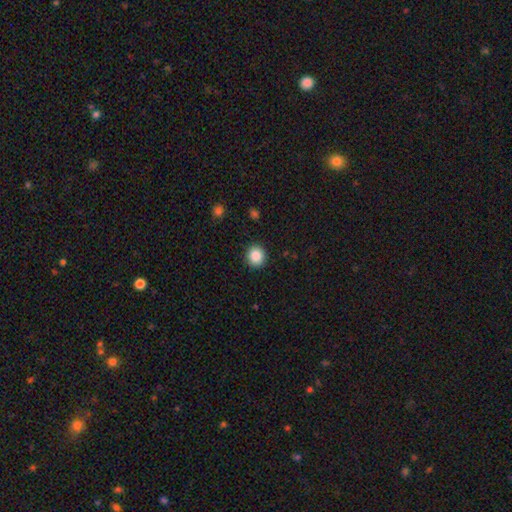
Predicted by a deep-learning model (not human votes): smooth-or-featured: smooth: 87% | star or artifact: 9% | featured or disk: 4%
  how-rounded: round: 88% | in between: 11% | cigar-shaped: 1%
  merging: none: 91% | minor disturbance: 6% | major disturbance: 2% | merger: 1%